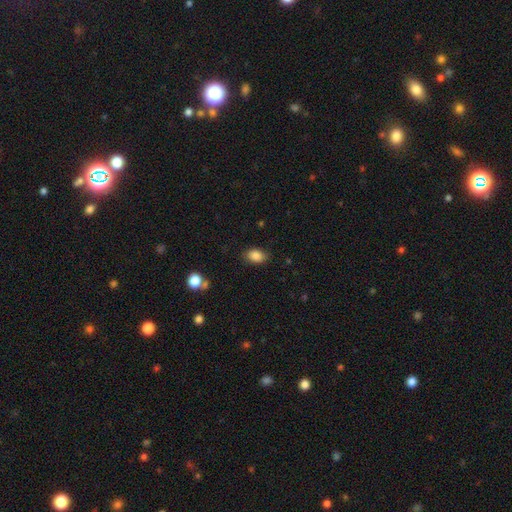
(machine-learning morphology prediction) Smooth or featured?
  - smooth: 87% *
  - star or artifact: 9%
  - featured or disk: 5%
How rounded?
  - in between: 82% *
  - round: 17%
  - cigar-shaped: 1%
Merging?
  - none: 85% *
  - minor disturbance: 11%
  - major disturbance: 3%
  - merger: 1%